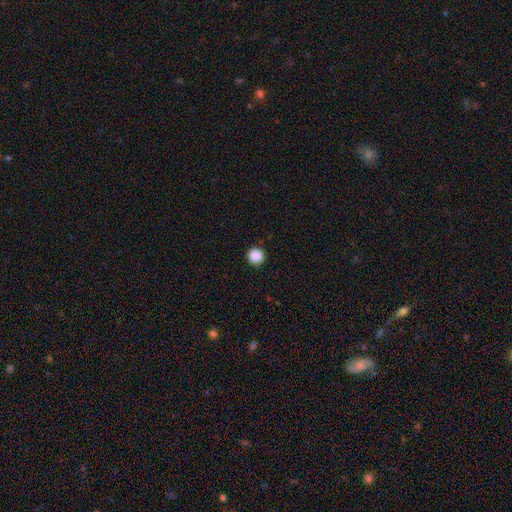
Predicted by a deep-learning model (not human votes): smooth_or_featured: smooth (p=0.88) [alt: star or artifact p=0.09]
how_rounded: round (p=0.96) [alt: in between p=0.03]
merging: none (p=0.93) [alt: minor disturbance p=0.05]